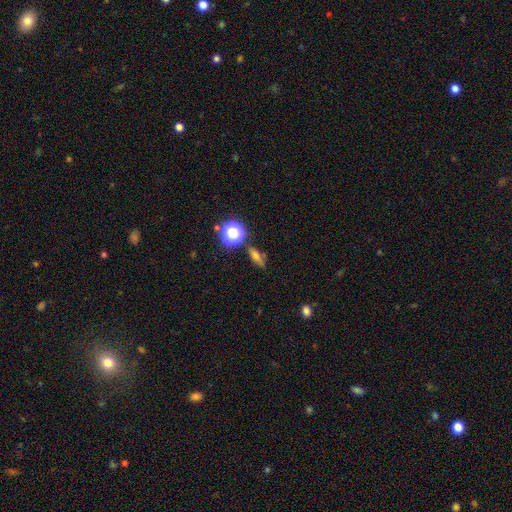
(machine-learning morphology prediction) type=smooth (56%); roundness=in between (45%); merging=none (76%).